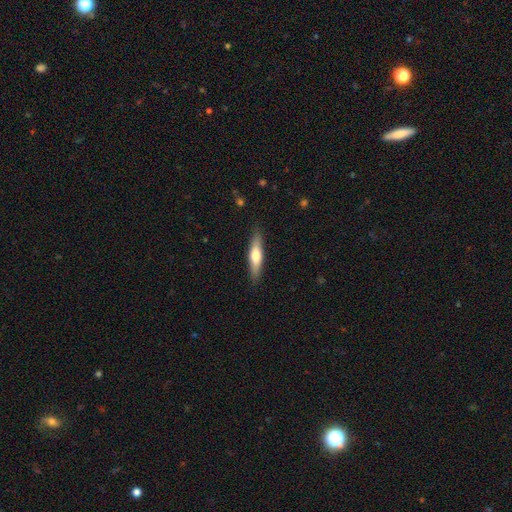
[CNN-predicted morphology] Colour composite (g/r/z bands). It shows a smooth galaxy with no disk features (56%) that is cigar-shaped (77%). Merging: none (88%).